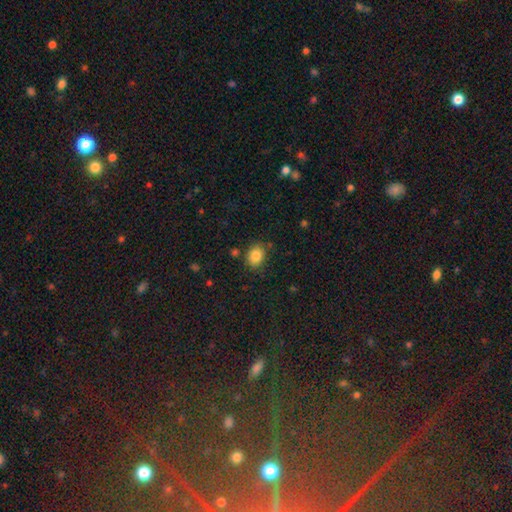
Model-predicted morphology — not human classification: The model was most divided on "how rounded": in between: 54%, round: 45%, cigar-shaped: 1%. More confident: smooth or featured — smooth (84%); merging — none (77%).